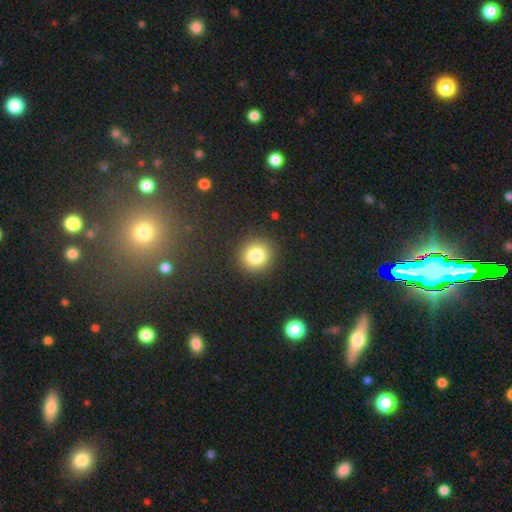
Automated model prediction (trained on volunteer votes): The model was most divided on "smooth or featured": smooth: 82%, star or artifact: 12%, featured or disk: 7%. More confident: how rounded — round (92%); merging — none (90%).